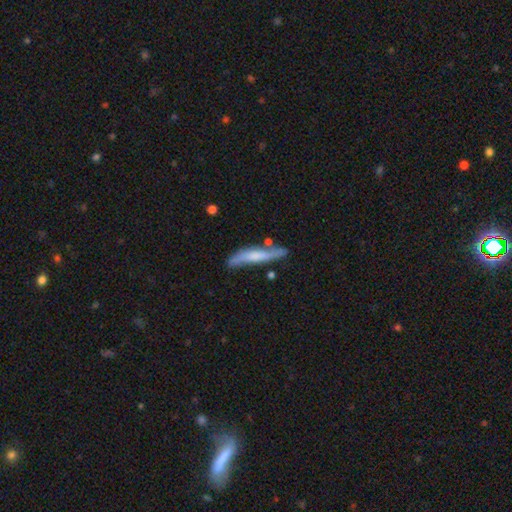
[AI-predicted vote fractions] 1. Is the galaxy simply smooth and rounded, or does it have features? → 49% featured or disk, 45% smooth, 6% star or artifact.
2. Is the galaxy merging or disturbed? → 62% none, 24% minor disturbance, 8% merger, 6% major disturbance.